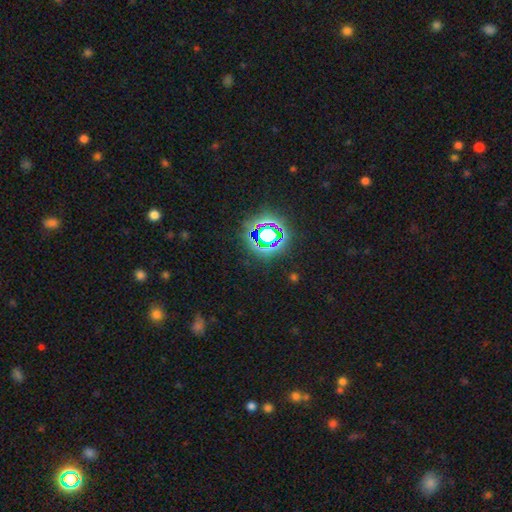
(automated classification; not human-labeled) Q: Smooth or featured?
A: star or artifact (81%); runner-up: smooth (13%)